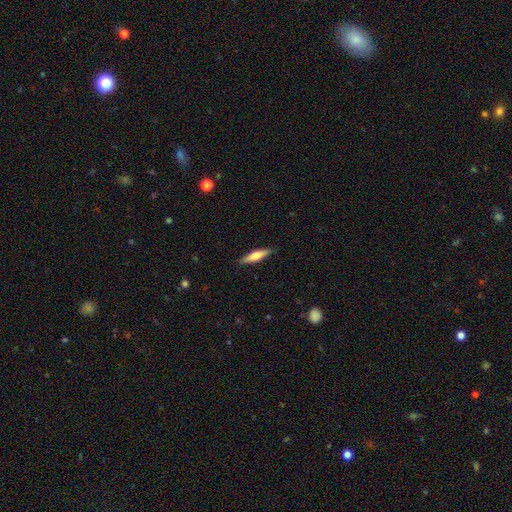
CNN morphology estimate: A smooth galaxy with no disk features (57%) that is cigar-shaped (79%).

Vote fractions:
- Smooth or featured? smooth: 57% / featured or disk: 38% / star or artifact: 6%
- How rounded? cigar-shaped: 79% / in between: 20% / round: 2%
- Merging? none: 87% / minor disturbance: 10% / major disturbance: 2% / merger: 1%